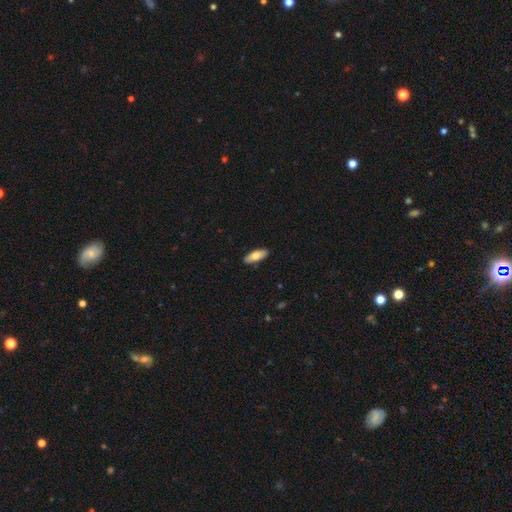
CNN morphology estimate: smooth_or_featured: smooth (p=0.76) [alt: featured or disk p=0.19]
how_rounded: in between (p=0.72) [alt: cigar-shaped p=0.26]
merging: none (p=0.90) [alt: minor disturbance p=0.08]